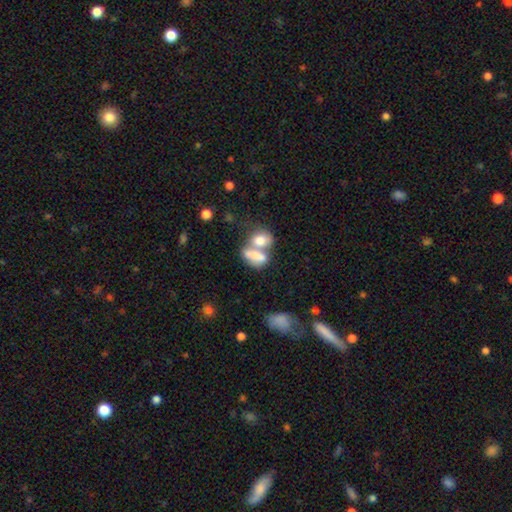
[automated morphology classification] This is likely a smooth galaxy (71%). How rounded: likely in between (76%). Merging: likely merger (64%).